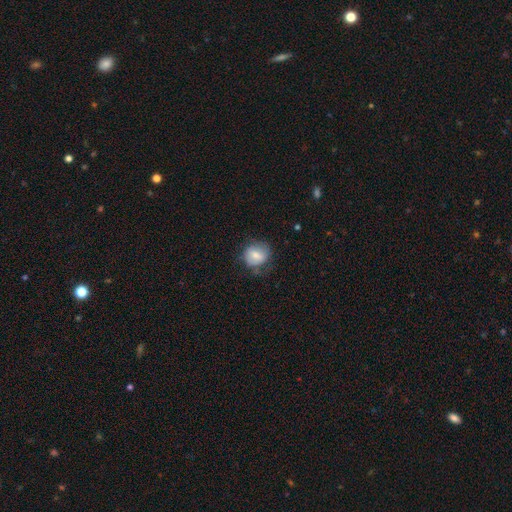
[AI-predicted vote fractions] smooth-or-featured: smooth: 69% | featured or disk: 22% | star or artifact: 8%
  how-rounded: round: 72% | in between: 27% | cigar-shaped: 1%
  merging: none: 62% | minor disturbance: 25% | major disturbance: 11% | merger: 2%